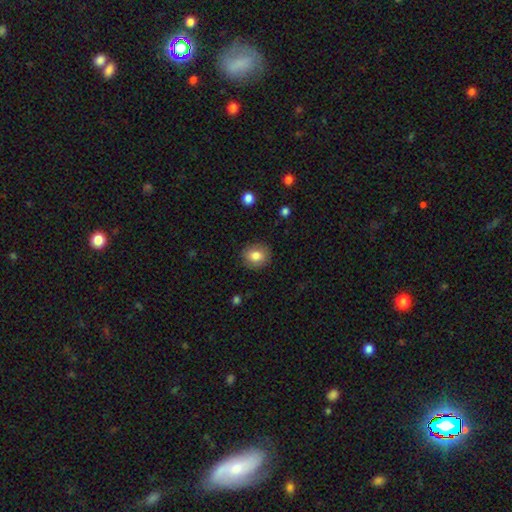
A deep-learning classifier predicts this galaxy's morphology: A smooth galaxy with no disk features (81%) that is round (72%). Merging: none (87%).